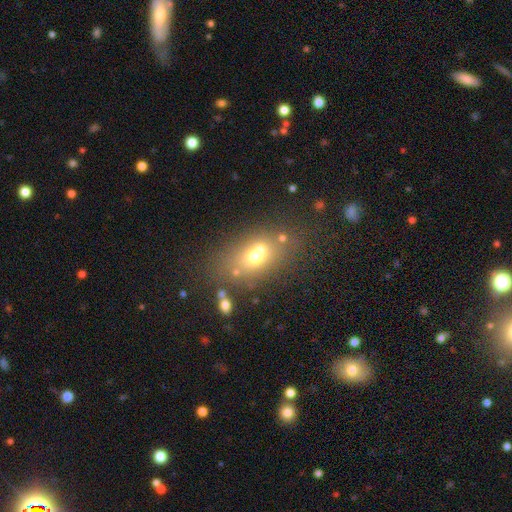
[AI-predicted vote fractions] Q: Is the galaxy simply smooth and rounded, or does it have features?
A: smooth — 58%.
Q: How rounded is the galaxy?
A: in between — 69%.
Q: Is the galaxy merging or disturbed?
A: none — 43%.